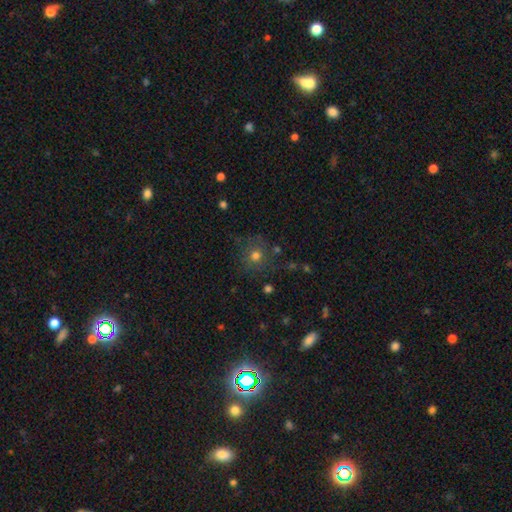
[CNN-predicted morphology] Smooth or featured?
  - smooth: 72% *
  - star or artifact: 17%
  - featured or disk: 11%
How rounded?
  - round: 88% *
  - in between: 11%
  - cigar-shaped: 1%
Merging?
  - none: 79% *
  - minor disturbance: 13%
  - major disturbance: 6%
  - merger: 3%